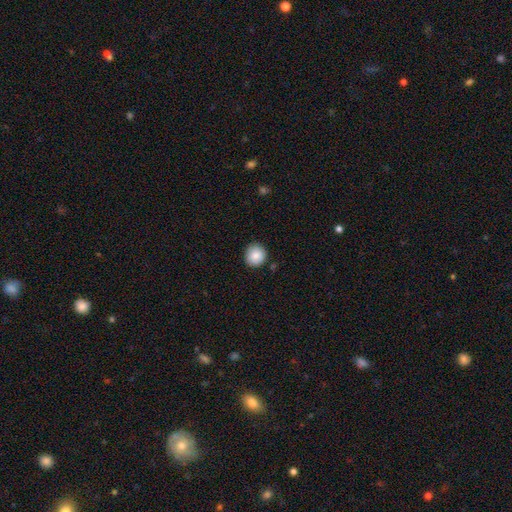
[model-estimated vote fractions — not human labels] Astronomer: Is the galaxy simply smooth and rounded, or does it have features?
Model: smooth — 87%.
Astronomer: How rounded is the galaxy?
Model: round — 90%.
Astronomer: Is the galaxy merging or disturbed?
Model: none — 88%.